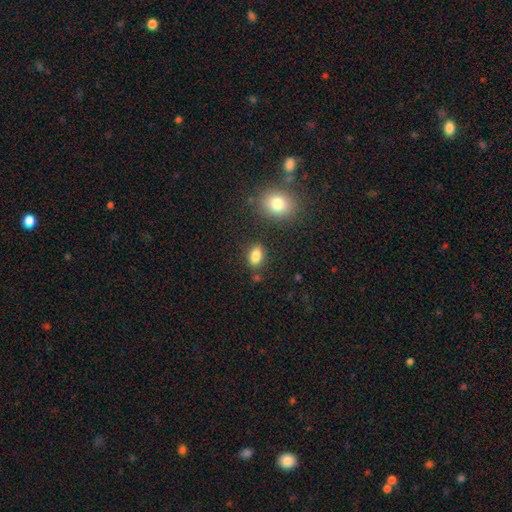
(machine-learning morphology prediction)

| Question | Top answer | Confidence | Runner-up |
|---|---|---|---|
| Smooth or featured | smooth | 85% | star or artifact (9%) |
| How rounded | in between | 84% | round (14%) |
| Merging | none | 81% | minor disturbance (11%) |